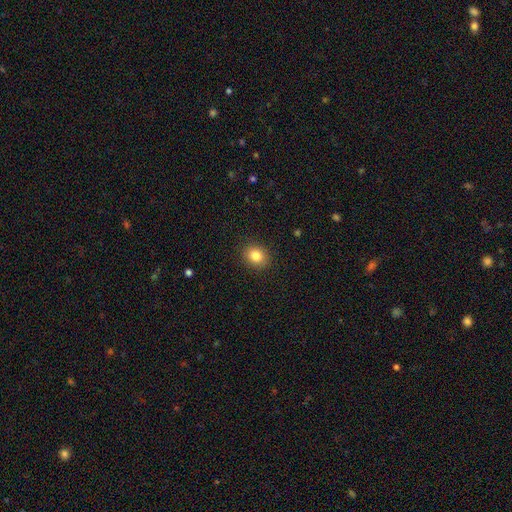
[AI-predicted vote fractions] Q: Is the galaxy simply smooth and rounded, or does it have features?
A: smooth — 84%.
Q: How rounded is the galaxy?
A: round — 60%.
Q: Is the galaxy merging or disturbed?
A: none — 89%.